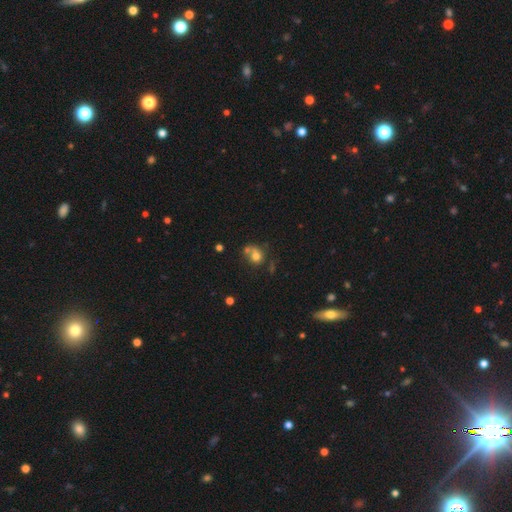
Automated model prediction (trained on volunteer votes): Overall: smooth (70%). How rounded: round (71%). Merging: none (38%; merger 36%).